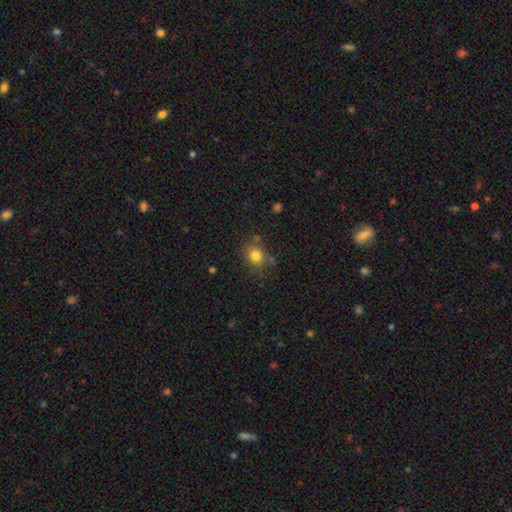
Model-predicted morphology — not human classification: type=smooth (80%); roundness=round (73%); merging=none (76%).